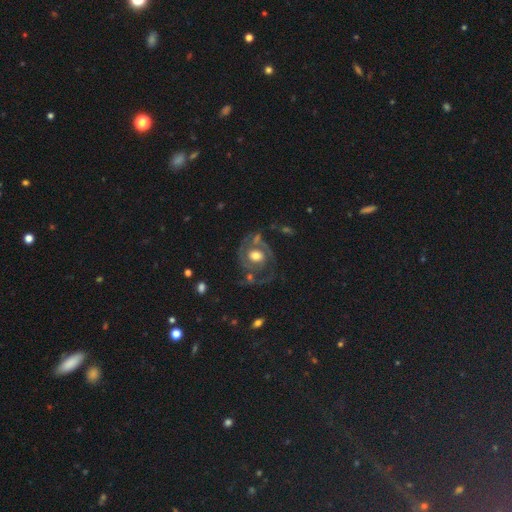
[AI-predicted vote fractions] smooth-or-featured: featured or disk: 79% | smooth: 15% | star or artifact: 6%
  disk-edge-on: no: 97% | yes: 3%
    bar: no: 70% | weak: 24% | strong: 7%
    has-spiral-arms: yes: 81% | no: 19%
      spiral-winding: tight: 44% | medium: 41% | loose: 16%
      spiral-arm-count: 2: 63% | can't tell: 14% | 1: 12% | 3: 6% | 4: 3% | more than 4: 2%
    bulge-size: moderate: 59% | large: 29% | small: 7% | dominant: 2% | none: 2%
  merging: none: 53% | major disturbance: 21% | minor disturbance: 20% | merger: 7%